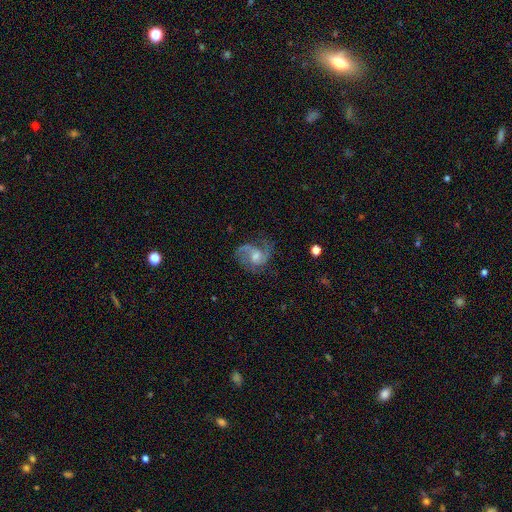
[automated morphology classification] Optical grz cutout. It shows a featured or disk galaxy (82%) with no bar (57%), 2 (71%) medium (50%) spiral arms (96%) and a moderate central bulge (54%). Merging: none (64%).